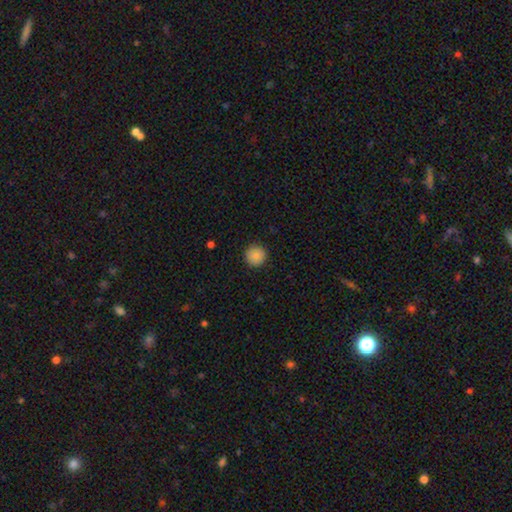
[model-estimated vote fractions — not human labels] smooth 87%, star or artifact 8%, featured or disk 4%. Down the decision tree: how rounded — round (95%); merging — none (90%).